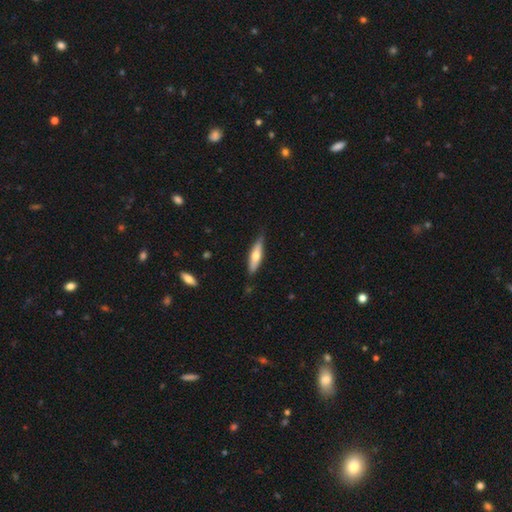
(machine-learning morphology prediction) type=smooth (56%); roundness=cigar-shaped (71%); merging=none (79%).